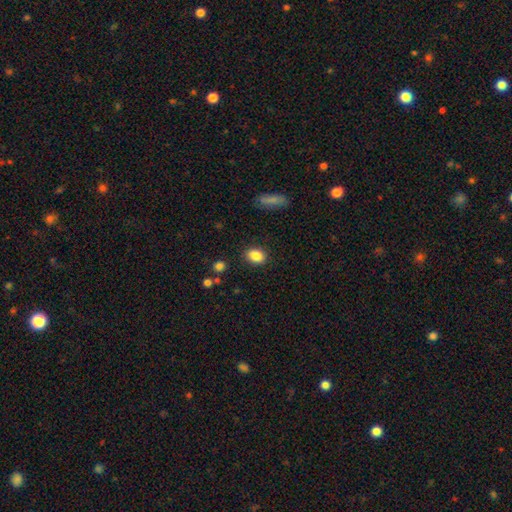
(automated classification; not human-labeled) Smooth or featured? smooth (86%)
How rounded? in between (70%)
Merging? none (87%)